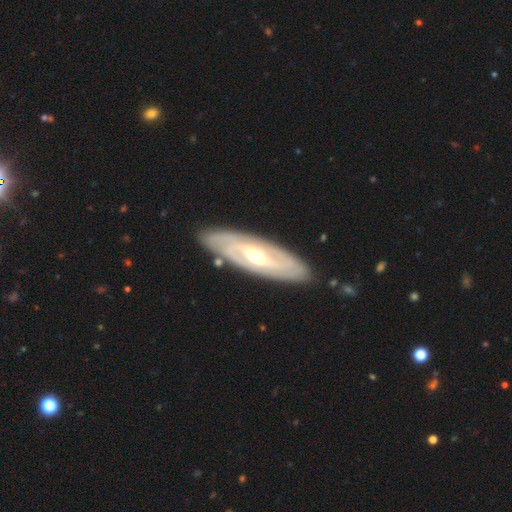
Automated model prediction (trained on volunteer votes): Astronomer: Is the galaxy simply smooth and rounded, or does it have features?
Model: featured or disk — 82%.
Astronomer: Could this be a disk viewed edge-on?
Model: no — 82%.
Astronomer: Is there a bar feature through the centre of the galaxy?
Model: weak — 39% (runner-up: no, 38%).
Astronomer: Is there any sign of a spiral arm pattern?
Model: yes — 86%.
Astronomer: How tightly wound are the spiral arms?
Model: tight — 67%.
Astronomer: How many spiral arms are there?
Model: can't tell — 41% (runner-up: 2, 36%).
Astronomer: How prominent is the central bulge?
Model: moderate — 68%.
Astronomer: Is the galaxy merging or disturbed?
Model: none — 85%.